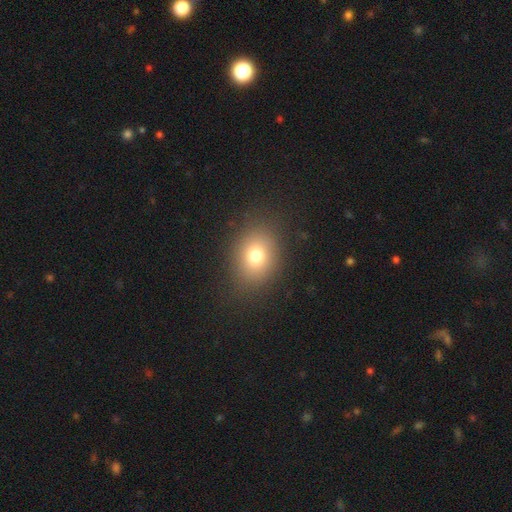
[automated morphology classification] A smooth galaxy with no disk features (75%) that is round (50%). Merging: none (85%).